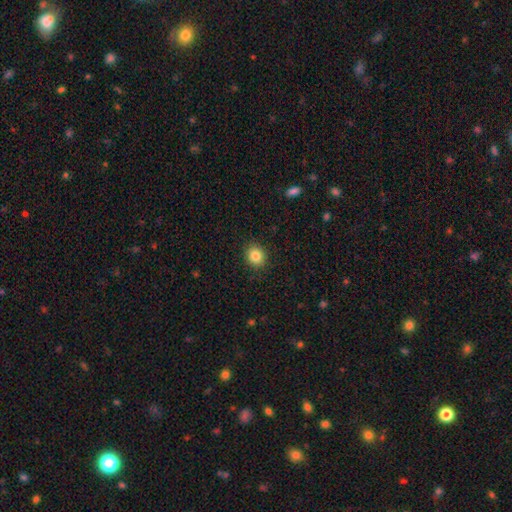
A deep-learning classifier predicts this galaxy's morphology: Smooth or featured: smooth — 85% (star or artifact — 10%)
How rounded: round — 78% (in between — 21%)
Merging: none — 90% (minor disturbance — 7%)